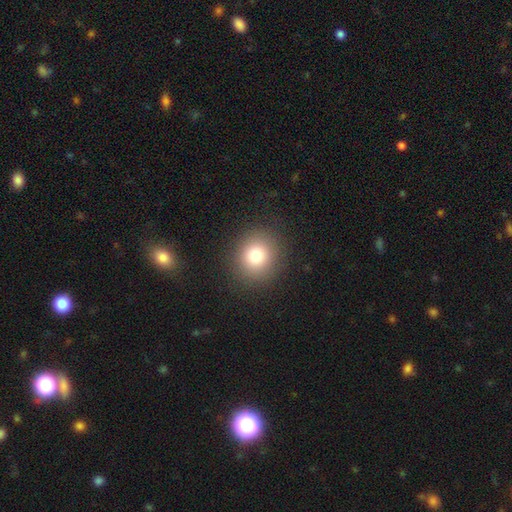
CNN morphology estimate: Smooth or featured?
  - smooth: 79% *
  - star or artifact: 13%
  - featured or disk: 9%
How rounded?
  - round: 87% *
  - in between: 13%
  - cigar-shaped: 1%
Merging?
  - none: 89% *
  - minor disturbance: 7%
  - major disturbance: 3%
  - merger: 1%